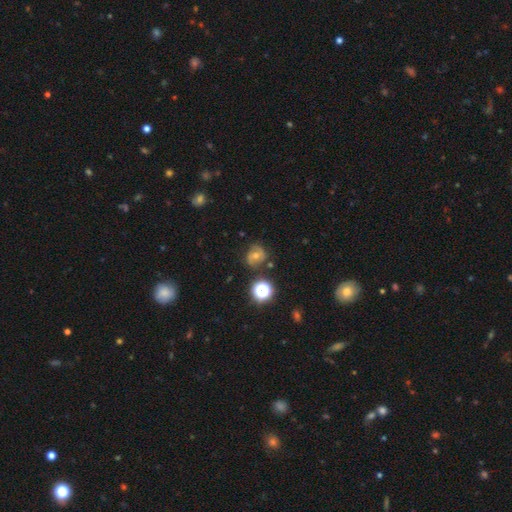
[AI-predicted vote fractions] A featured or disk galaxy (41%).

Vote fractions:
- Smooth or featured? featured or disk: 41% / star or artifact: 30% / smooth: 29%
- Merging? none: 76% / minor disturbance: 14% / major disturbance: 6% / merger: 4%